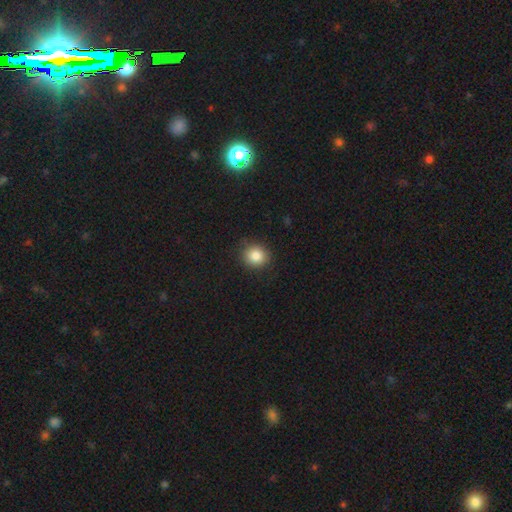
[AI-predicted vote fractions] A smooth galaxy with no disk features (84%) that is round (86%). Merging: none (86%).